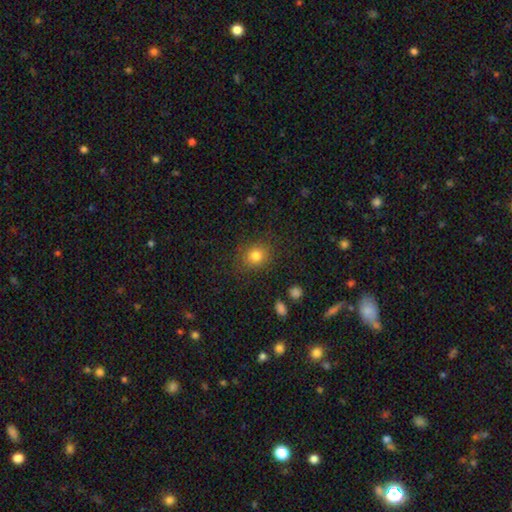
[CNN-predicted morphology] smooth_or_featured: smooth (p=0.81) [alt: star or artifact p=0.12]
how_rounded: round (p=0.76) [alt: in between p=0.23]
merging: none (p=0.84) [alt: minor disturbance p=0.11]